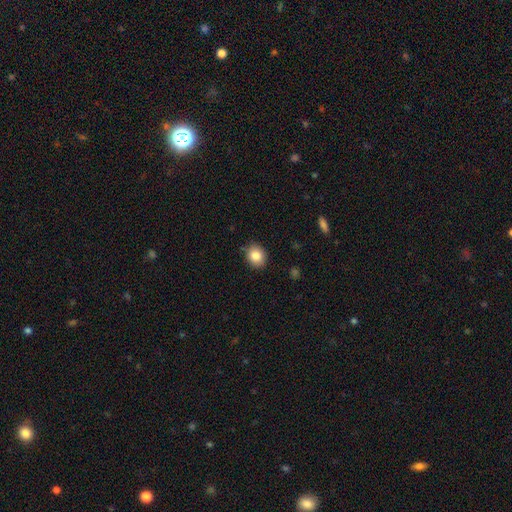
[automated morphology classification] Smooth or featured?
  - smooth: 84% *
  - star or artifact: 9%
  - featured or disk: 7%
How rounded?
  - round: 65% *
  - in between: 34%
  - cigar-shaped: 1%
Merging?
  - none: 85% *
  - minor disturbance: 12%
  - major disturbance: 2%
  - merger: 1%